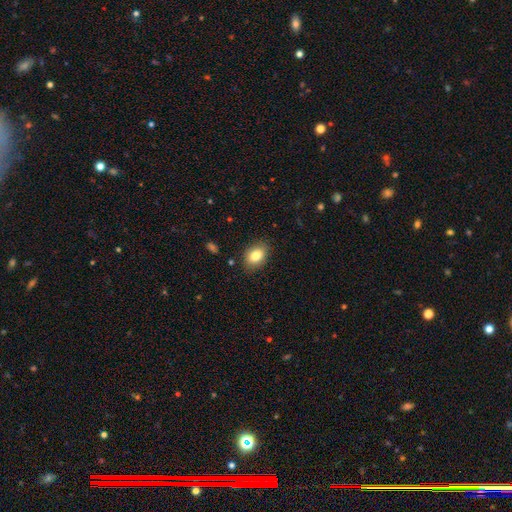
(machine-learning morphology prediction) Q: Smooth or featured?
A: smooth (82%); runner-up: featured or disk (9%)
Q: How rounded?
A: in between (81%); runner-up: round (18%)
Q: Merging?
A: none (85%); runner-up: minor disturbance (11%)